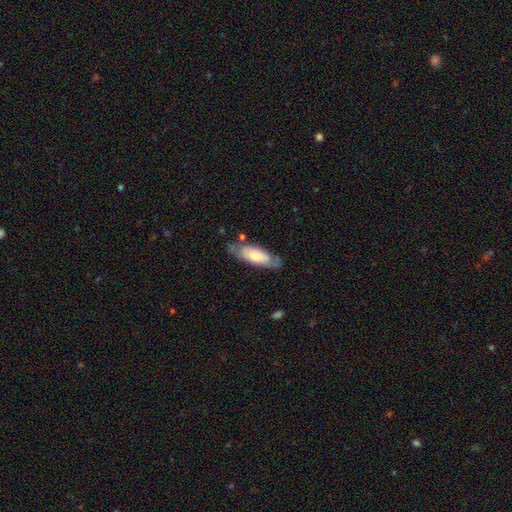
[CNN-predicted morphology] smooth_or_featured: smooth (p=0.58) [alt: featured or disk p=0.36]
how_rounded: in between (p=0.66) [alt: cigar-shaped p=0.32]
merging: none (p=0.67) [alt: minor disturbance p=0.23]